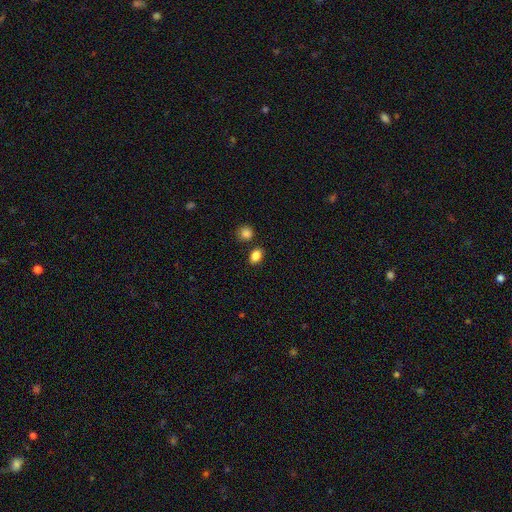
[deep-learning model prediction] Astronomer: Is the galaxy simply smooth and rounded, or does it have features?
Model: smooth — 87%.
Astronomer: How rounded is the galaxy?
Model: in between — 79%.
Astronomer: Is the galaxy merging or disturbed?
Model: none — 81%.